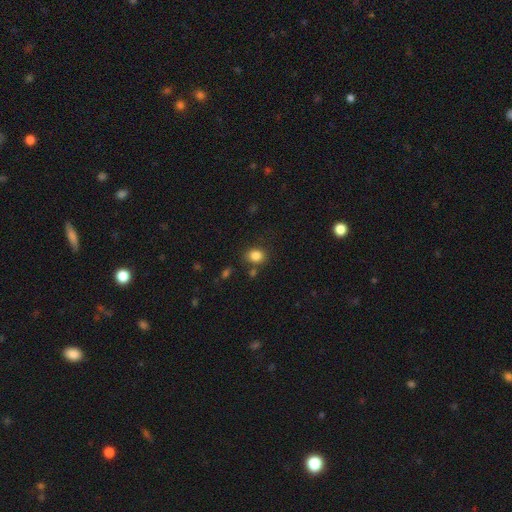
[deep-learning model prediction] Smooth or featured: smooth — 84% (star or artifact — 11%)
How rounded: round — 59% (in between — 40%)
Merging: none — 76% (minor disturbance — 13%)